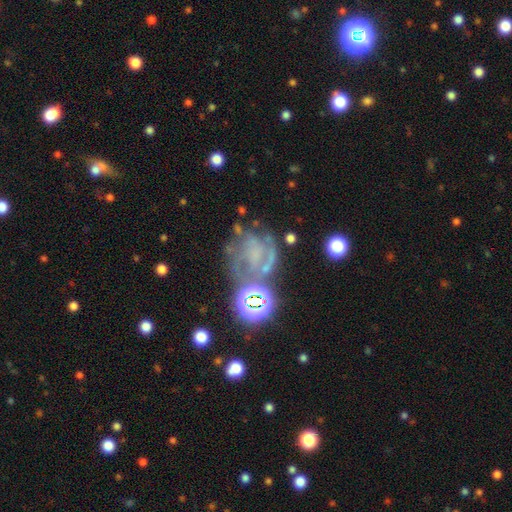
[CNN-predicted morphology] This appears to be a featured or disk galaxy (58%) with no bar (62%), spiral arms (75%) and no central bulge (47%). Merging: none (48%).